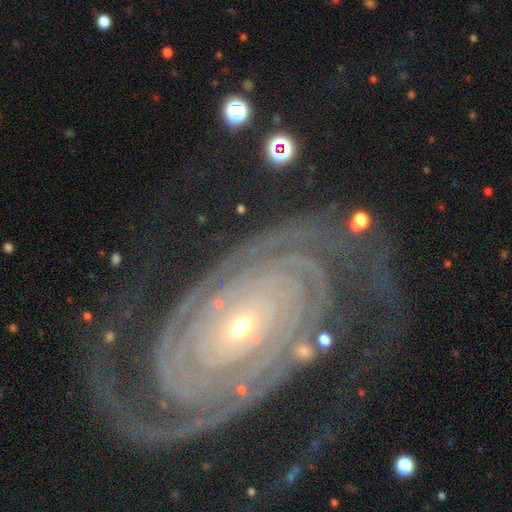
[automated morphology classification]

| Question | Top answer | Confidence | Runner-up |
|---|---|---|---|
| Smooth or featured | featured or disk | 92% | star or artifact (5%) |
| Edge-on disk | no | 97% | yes (3%) |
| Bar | no | 68% | weak (17%) |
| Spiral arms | yes | 98% | no (2%) |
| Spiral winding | tight | 83% | medium (14%) |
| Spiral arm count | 2 | 62% | 3 (10%) |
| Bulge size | small | 73% | moderate (23%) |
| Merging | none | 73% | minor disturbance (14%) |